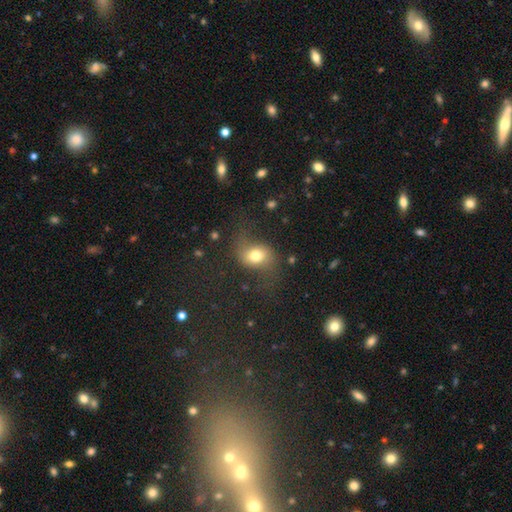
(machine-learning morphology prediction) Overall: smooth (58%; featured or disk 30%). How rounded: in between (59%; round 39%). Merging: none (58%; minor disturbance 21%).